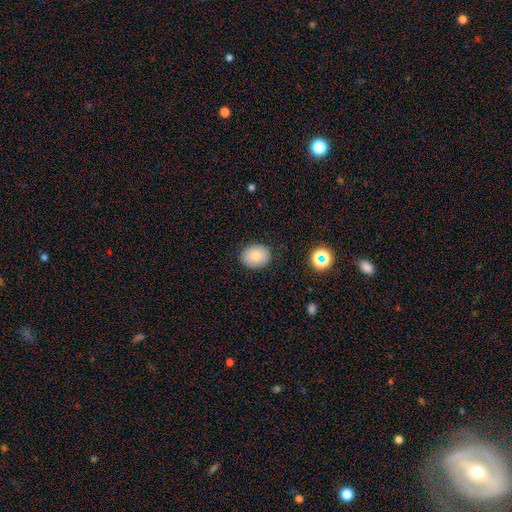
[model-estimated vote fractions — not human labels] Smooth or featured: smooth — 82% (star or artifact — 9%)
How rounded: round — 51% (in between — 48%)
Merging: none — 87% (minor disturbance — 9%)